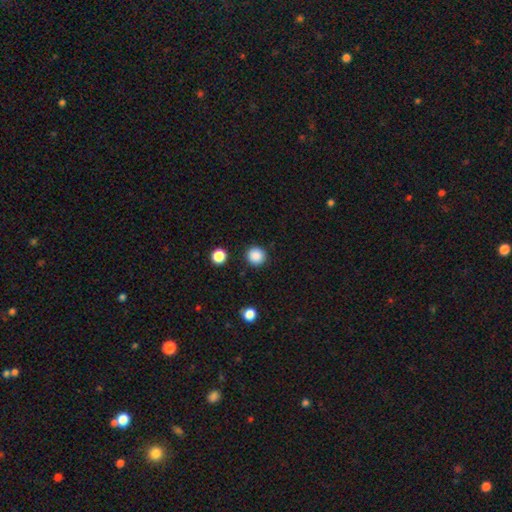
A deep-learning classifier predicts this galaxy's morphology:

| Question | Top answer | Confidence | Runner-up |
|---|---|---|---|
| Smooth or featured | smooth | 87% | star or artifact (10%) |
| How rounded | round | 94% | in between (5%) |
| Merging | none | 90% | minor disturbance (6%) |